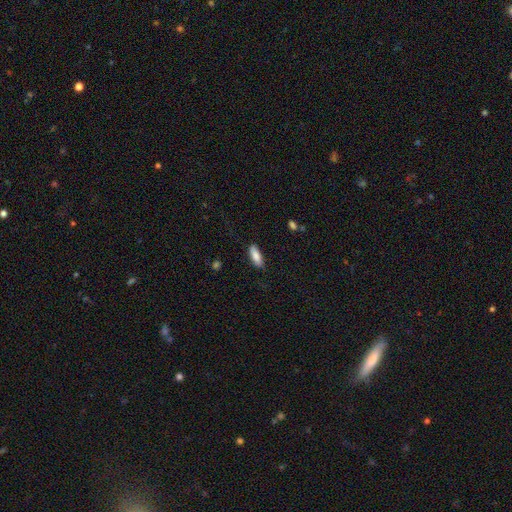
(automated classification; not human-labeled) A smooth galaxy with no disk features (85%) that is in between round and cigar-shaped (62%).

Vote fractions:
- Smooth or featured? smooth: 85% / featured or disk: 9% / star or artifact: 6%
- How rounded? in between: 62% / cigar-shaped: 36% / round: 2%
- Merging? none: 84% / minor disturbance: 13% / major disturbance: 3% / merger: 1%